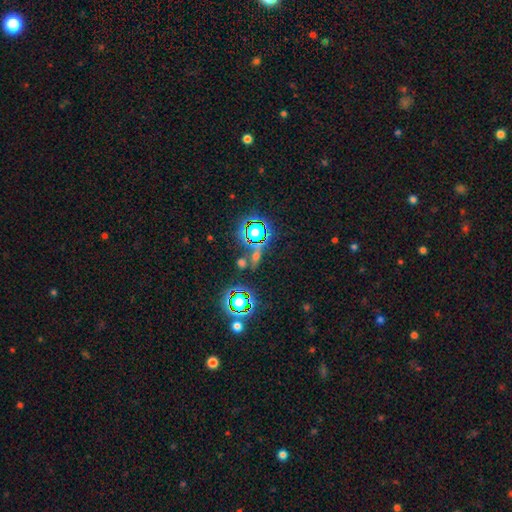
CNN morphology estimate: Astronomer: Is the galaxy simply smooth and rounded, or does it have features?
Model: star or artifact — 64%.